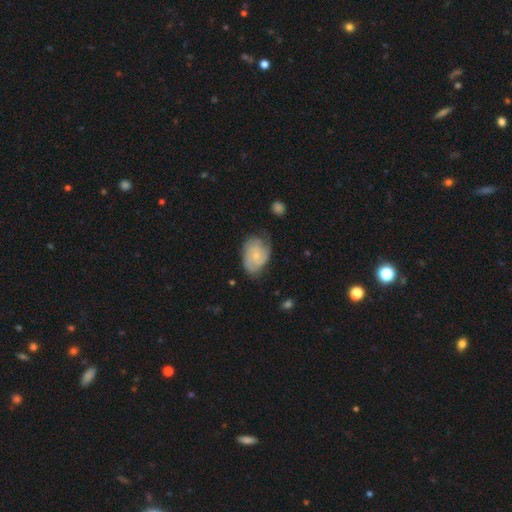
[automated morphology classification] The model was most divided on "smooth or featured": featured or disk: 55%, smooth: 39%, star or artifact: 7%. More confident: edge-on disk — no (97%); spiral arms — yes (83%); bar — no (77%); bulge size — small (69%); merging — none (55%).